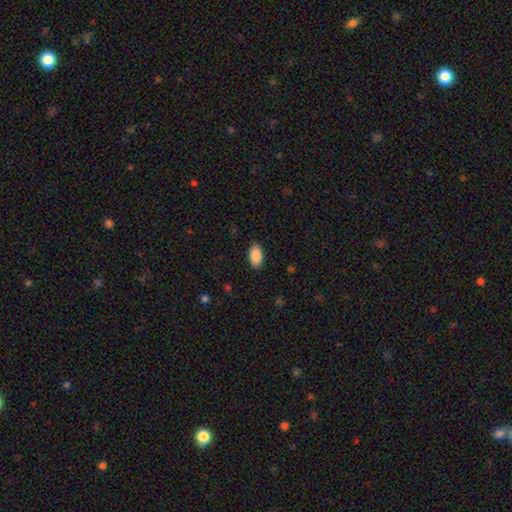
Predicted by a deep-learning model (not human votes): Morphology: type=smooth (90%); roundness=in between (94%); merging=none (88%).